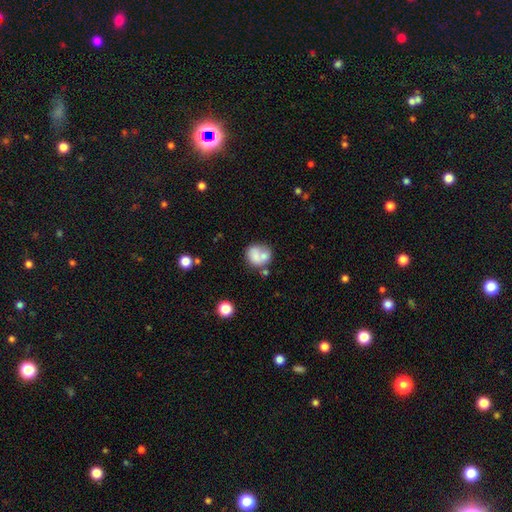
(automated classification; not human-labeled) smooth_or_featured: smooth (p=0.68) [alt: featured or disk p=0.22]
how_rounded: round (p=0.71) [alt: in between p=0.28]
merging: merger (p=0.40) [alt: none p=0.37]